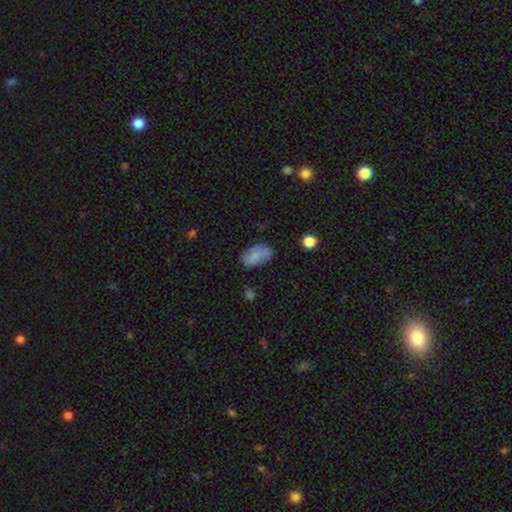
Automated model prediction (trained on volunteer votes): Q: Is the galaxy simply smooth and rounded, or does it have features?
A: smooth — 74%.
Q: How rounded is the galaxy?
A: in between — 92%.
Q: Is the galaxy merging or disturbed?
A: none — 66%.